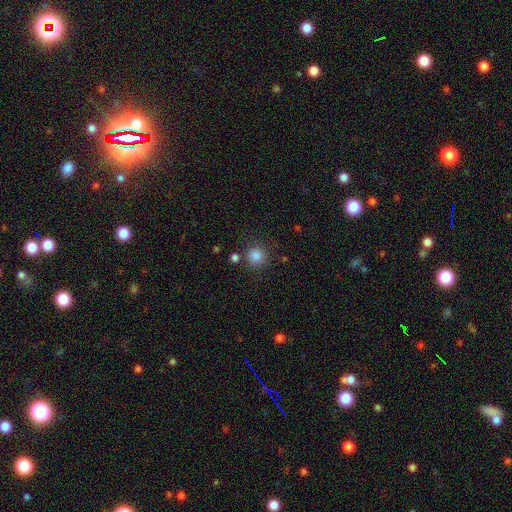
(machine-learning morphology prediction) A smooth galaxy with no disk features (84%) that is round (93%).

Vote fractions:
- Smooth or featured? smooth: 84% / star or artifact: 12% / featured or disk: 4%
- How rounded? round: 93% / in between: 6% / cigar-shaped: 1%
- Merging? none: 82% / minor disturbance: 9% / merger: 6% / major disturbance: 4%